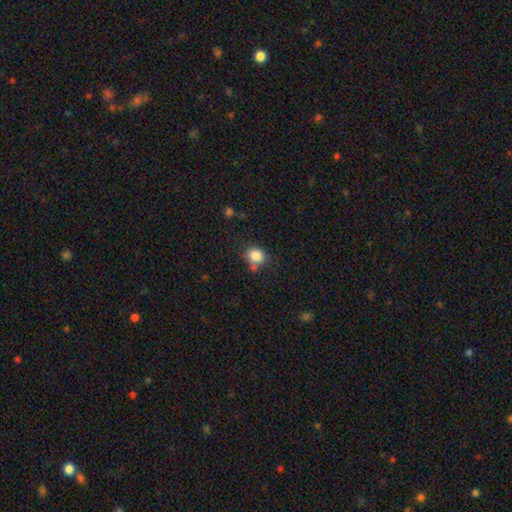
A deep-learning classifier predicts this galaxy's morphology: Overall: smooth (84%). How rounded: round (60%; in between 39%). Merging: none (66%).